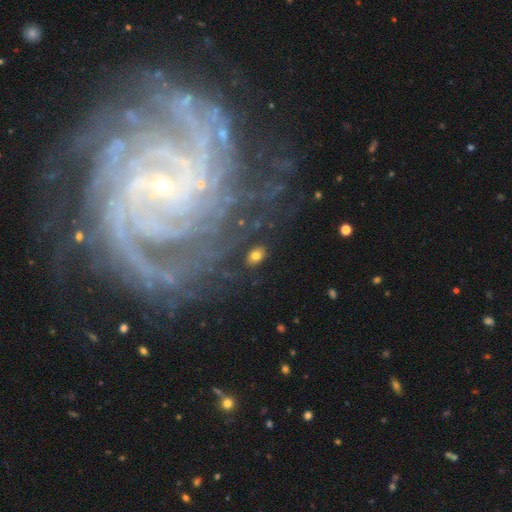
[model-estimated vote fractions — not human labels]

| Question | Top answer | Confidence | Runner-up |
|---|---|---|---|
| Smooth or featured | smooth | 68% | featured or disk (20%) |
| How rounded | in between | 84% | round (14%) |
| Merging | none | 82% | minor disturbance (11%) |